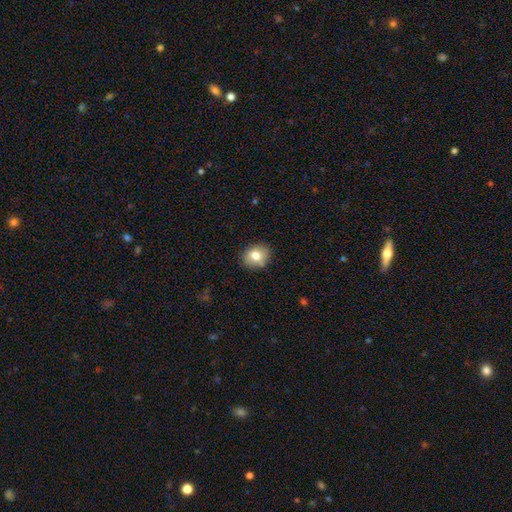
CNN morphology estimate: This is likely a smooth galaxy (78%). How rounded: possibly round (55%). Merging: clearly none (83%).